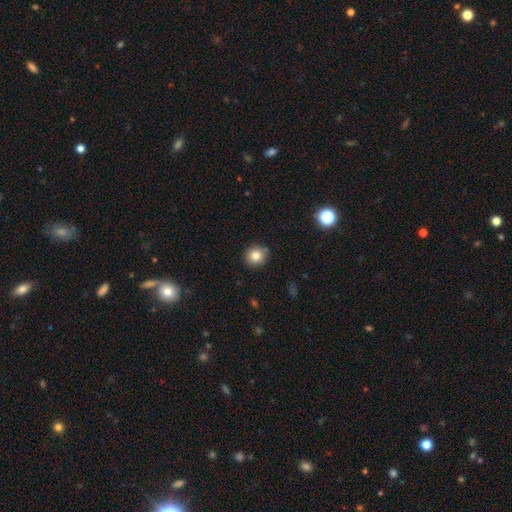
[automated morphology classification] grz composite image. It shows a smooth galaxy with no disk features (82%) that is round (87%). Merging: none (87%).